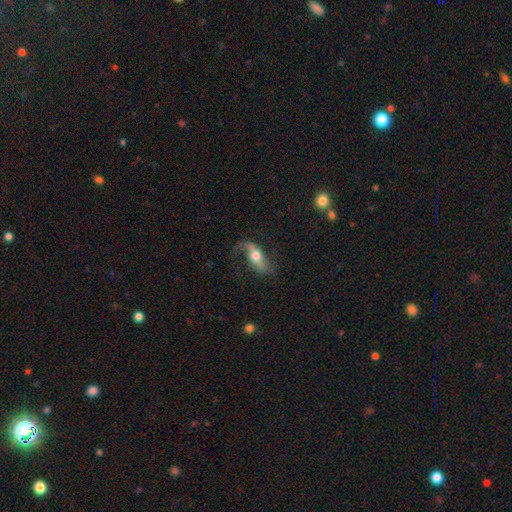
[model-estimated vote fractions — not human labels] Smooth or featured? Predicted: featured or disk (p=0.74). Edge-on disk? Predicted: no (p=0.85). Bar? Predicted: no (p=0.42). Spiral arms? Predicted: yes (p=0.90). Spiral winding? Predicted: loose (p=0.79). Spiral arm count? Predicted: 2 (p=0.84). Bulge size? Predicted: moderate (p=0.65). Merging? Predicted: none (p=0.62).